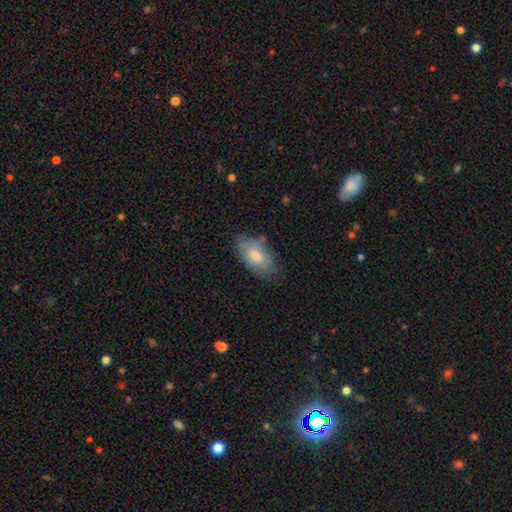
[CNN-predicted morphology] Smooth or featured?
  - smooth: 76% *
  - featured or disk: 17%
  - star or artifact: 7%
How rounded?
  - in between: 93% *
  - round: 5%
  - cigar-shaped: 2%
Merging?
  - none: 69% *
  - minor disturbance: 24%
  - major disturbance: 5%
  - merger: 2%